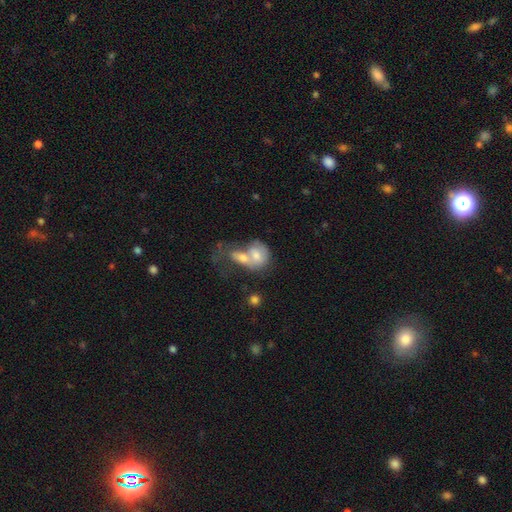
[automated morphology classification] type=smooth (63%); roundness=in between (60%); merging=merger (75%).